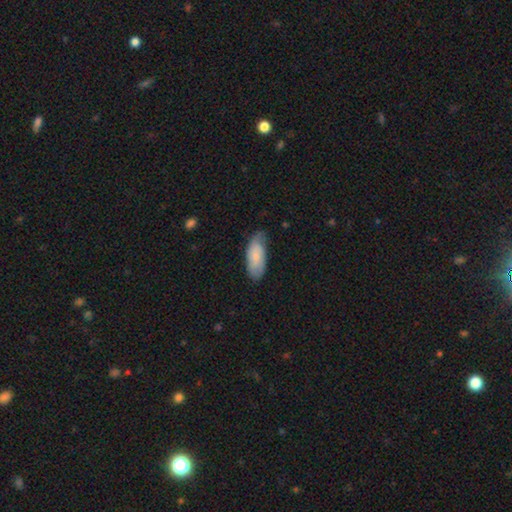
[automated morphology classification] Overall: smooth (71%). How rounded: in between (85%). Merging: none (62%; minor disturbance 30%).